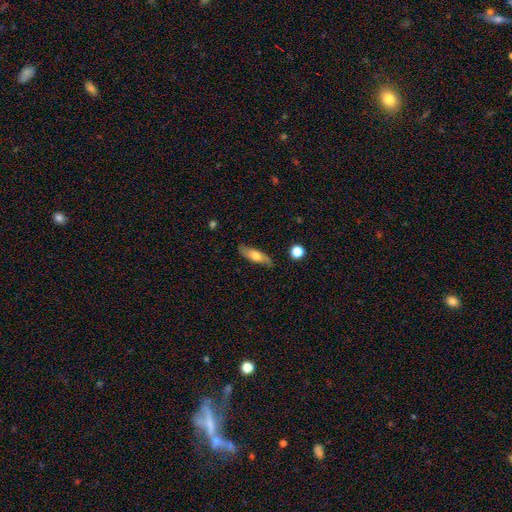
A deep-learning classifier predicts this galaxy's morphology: smooth-or-featured: smooth: 57% | featured or disk: 36% | star or artifact: 7%
  how-rounded: in between: 50% | cigar-shaped: 46% | round: 3%
  merging: none: 79% | minor disturbance: 16% | major disturbance: 3% | merger: 2%